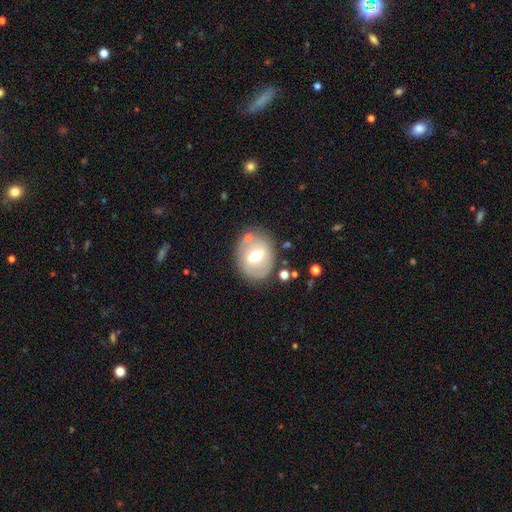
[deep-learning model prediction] This is possibly a featured or disk galaxy (47%). Merging: likely none (76%).